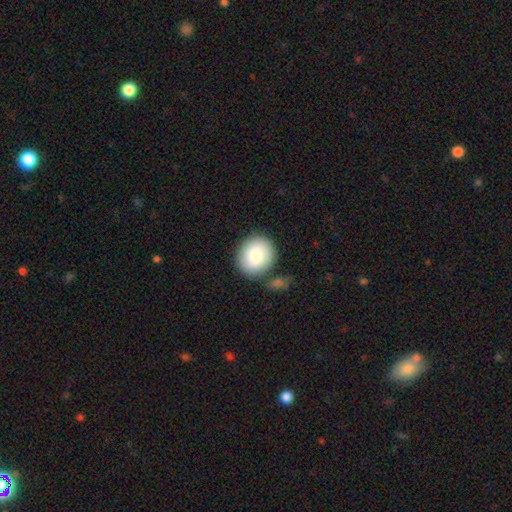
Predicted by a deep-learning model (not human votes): smooth_or_featured: smooth (p=0.84) [alt: featured or disk p=0.10]
how_rounded: round (p=0.77) [alt: in between p=0.22]
merging: none (p=0.71) [alt: minor disturbance p=0.13]